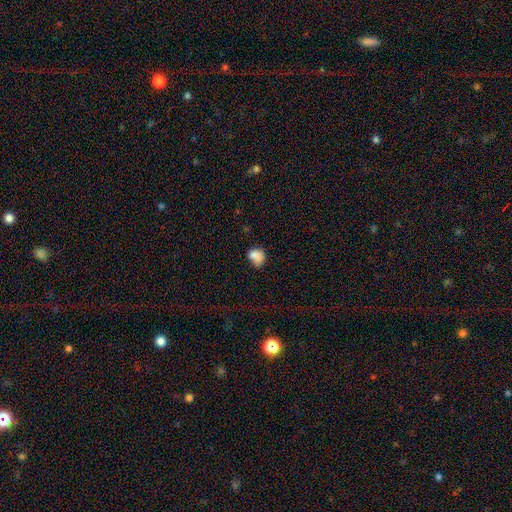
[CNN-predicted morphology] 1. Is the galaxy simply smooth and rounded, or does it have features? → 82% smooth, 10% star or artifact, 8% featured or disk.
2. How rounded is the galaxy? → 56% round, 43% in between, 1% cigar-shaped.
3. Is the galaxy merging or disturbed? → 43% none, 35% minor disturbance, 13% major disturbance, 9% merger.